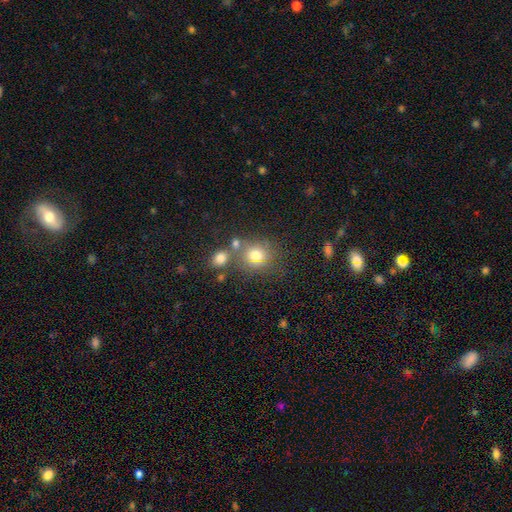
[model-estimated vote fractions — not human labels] smooth-or-featured: smooth: 72% | star or artifact: 15% | featured or disk: 13%
  how-rounded: round: 76% | in between: 23% | cigar-shaped: 1%
  merging: none: 57% | merger: 23% | minor disturbance: 14% | major disturbance: 7%